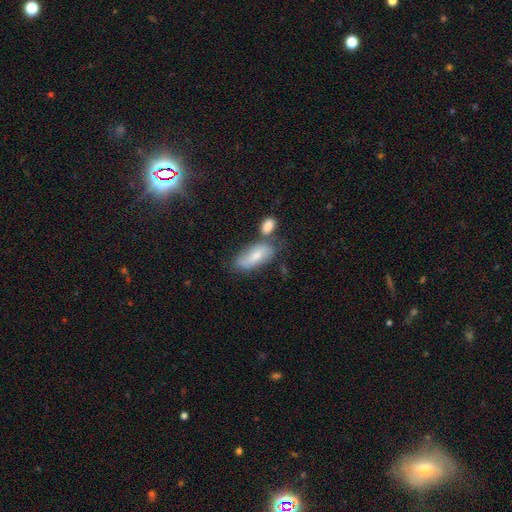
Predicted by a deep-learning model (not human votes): smooth 70%, featured or disk 23%, star or artifact 7%. Down the decision tree: how rounded — in between (83%); merging — none (44%).